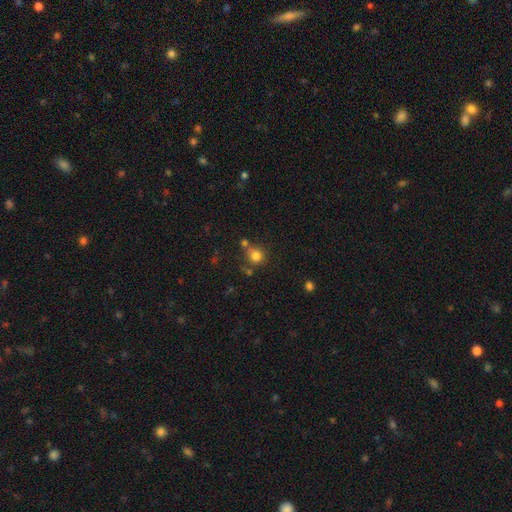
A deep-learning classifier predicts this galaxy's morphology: Smooth or featured?
  - smooth: 79% *
  - star or artifact: 13%
  - featured or disk: 8%
How rounded?
  - round: 87% *
  - in between: 12%
  - cigar-shaped: 1%
Merging?
  - none: 61% *
  - merger: 21%
  - minor disturbance: 13%
  - major disturbance: 5%